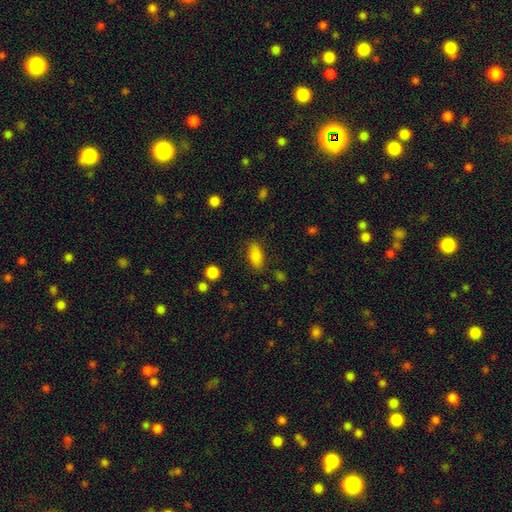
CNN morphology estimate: smooth-or-featured: smooth: 83% | star or artifact: 9% | featured or disk: 8%
  how-rounded: in between: 83% | cigar-shaped: 13% | round: 4%
  merging: none: 82% | minor disturbance: 12% | major disturbance: 4% | merger: 2%